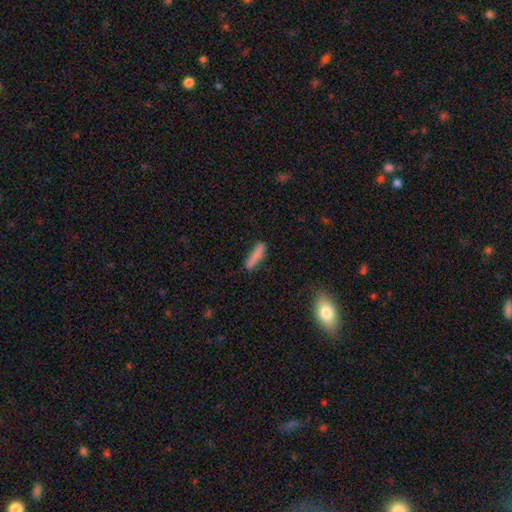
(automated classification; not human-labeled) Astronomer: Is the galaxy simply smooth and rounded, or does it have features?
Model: smooth — 81%.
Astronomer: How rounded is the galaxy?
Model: cigar-shaped — 83%.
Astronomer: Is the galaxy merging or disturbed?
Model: none — 79%.